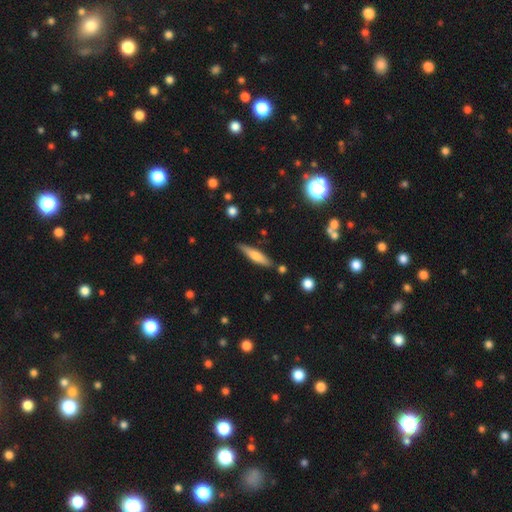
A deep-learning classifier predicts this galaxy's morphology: The model was most divided on "smooth or featured": smooth: 58%, featured or disk: 35%, star or artifact: 7%. More confident: merging — none (81%); how rounded — cigar-shaped (79%).